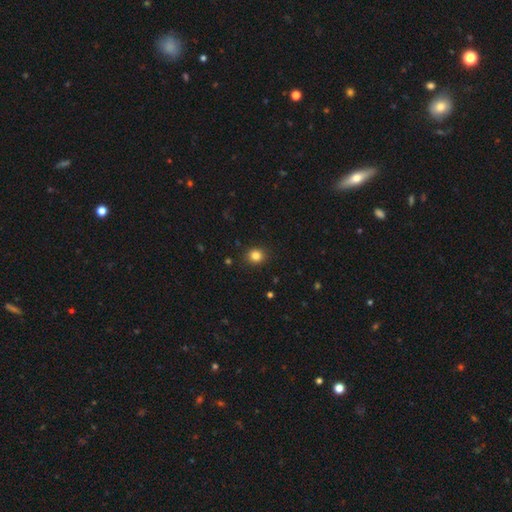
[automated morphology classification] Overall: smooth (83%). How rounded: round (82%). Merging: none (91%).